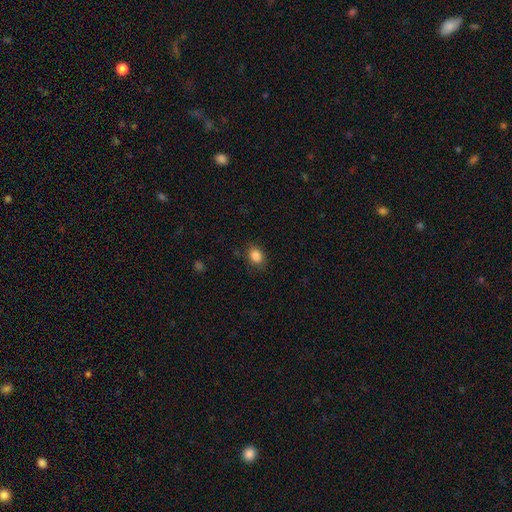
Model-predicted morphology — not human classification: type=smooth (86%); roundness=in between (61%); merging=none (81%).